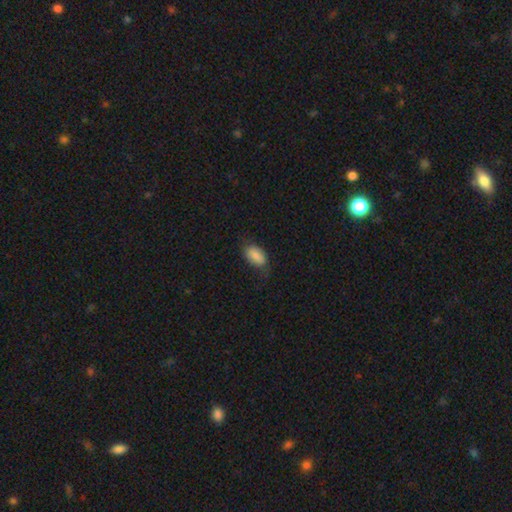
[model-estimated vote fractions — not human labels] Smooth or featured: smooth — 84% (featured or disk — 9%)
How rounded: in between — 92% (round — 5%)
Merging: none — 62% (minor disturbance — 28%)